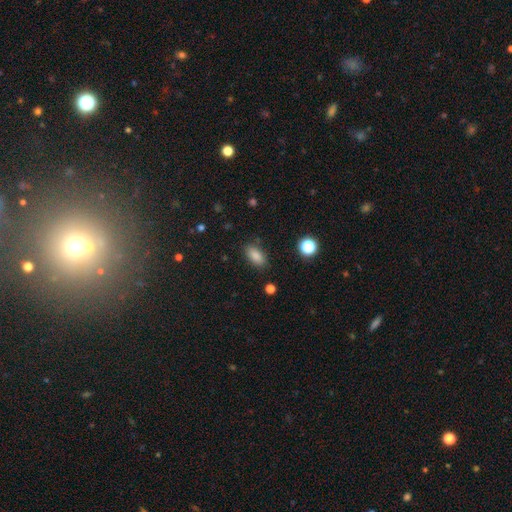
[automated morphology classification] Smooth or featured? smooth (85%)
How rounded? in between (89%)
Merging? none (84%)